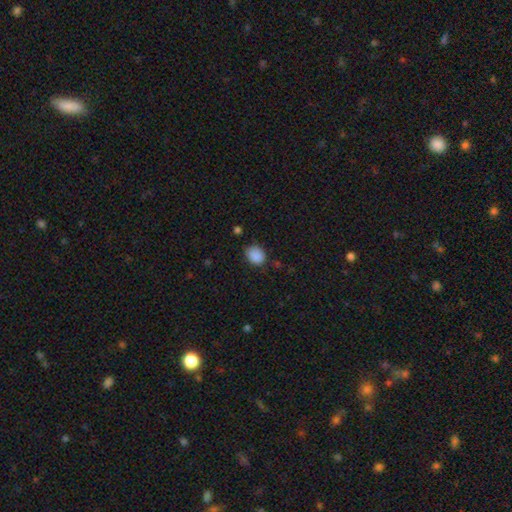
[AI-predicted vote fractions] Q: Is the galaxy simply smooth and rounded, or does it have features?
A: smooth — 88%.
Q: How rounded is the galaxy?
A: round — 50%.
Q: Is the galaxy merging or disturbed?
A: none — 72%.